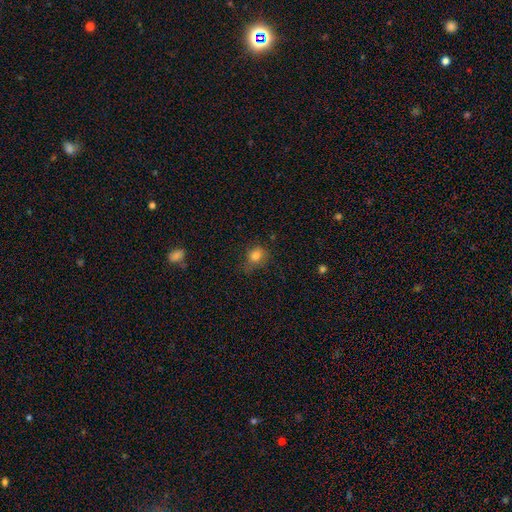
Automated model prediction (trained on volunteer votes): The model was most divided on "how rounded": round: 61%, in between: 37%, cigar-shaped: 1%. More confident: smooth or featured — smooth (80%); merging — none (55%).